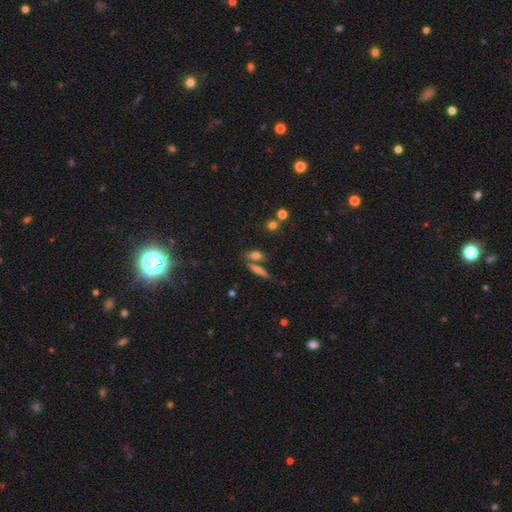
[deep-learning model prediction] A smooth galaxy with no disk features (71%) that is in between round and cigar-shaped (52%). Merging: none (62%).